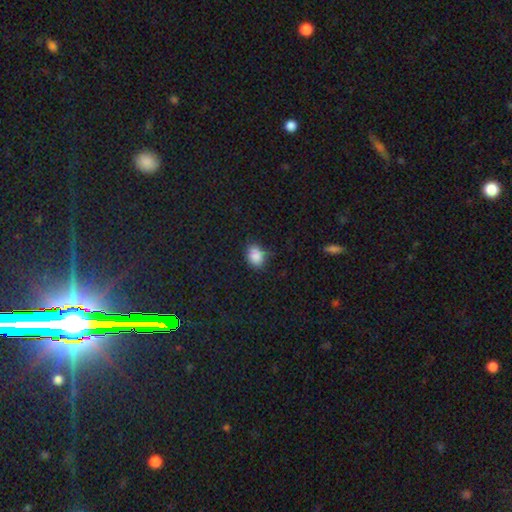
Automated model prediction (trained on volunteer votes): Q: Smooth or featured?
A: smooth (87%); runner-up: star or artifact (9%)
Q: How rounded?
A: in between (66%); runner-up: round (33%)
Q: Merging?
A: none (77%); runner-up: minor disturbance (18%)